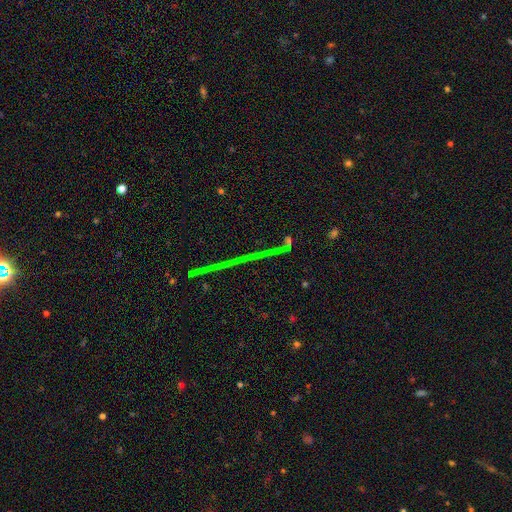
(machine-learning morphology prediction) Smooth or featured?
  - star or artifact: 70% *
  - featured or disk: 20%
  - smooth: 10%